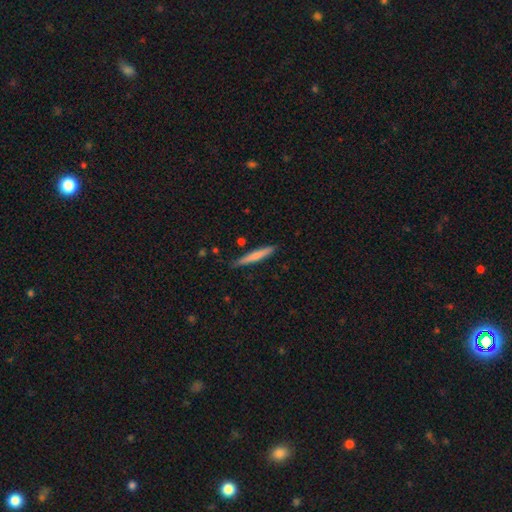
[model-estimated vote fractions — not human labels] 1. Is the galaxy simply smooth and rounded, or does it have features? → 69% smooth, 25% featured or disk, 5% star or artifact.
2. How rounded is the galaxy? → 95% cigar-shaped, 4% in between, 1% round.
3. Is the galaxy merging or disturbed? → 85% none, 11% minor disturbance, 2% merger, 2% major disturbance.